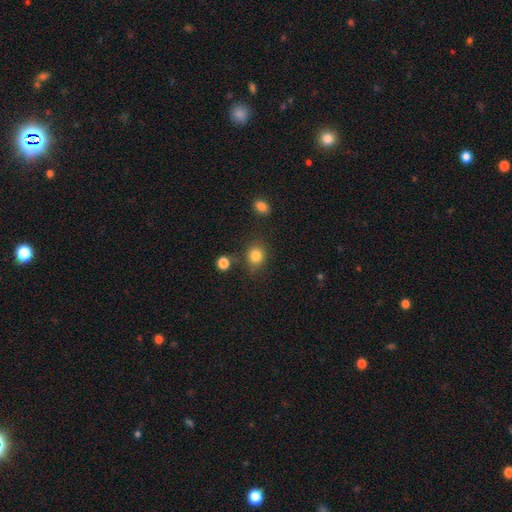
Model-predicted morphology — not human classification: smooth_or_featured: smooth (p=0.84) [alt: star or artifact p=0.11]
how_rounded: round (p=0.76) [alt: in between p=0.23]
merging: none (p=0.79) [alt: minor disturbance p=0.12]